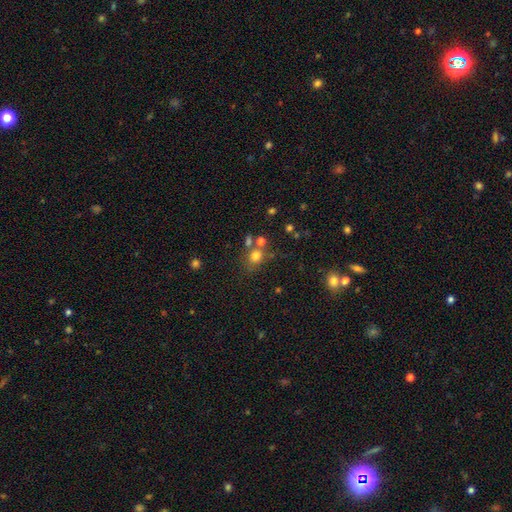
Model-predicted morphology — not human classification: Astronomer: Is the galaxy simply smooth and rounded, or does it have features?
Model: smooth — 74%.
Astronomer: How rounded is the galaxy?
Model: round — 77%.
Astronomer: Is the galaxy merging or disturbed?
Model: none — 60%.